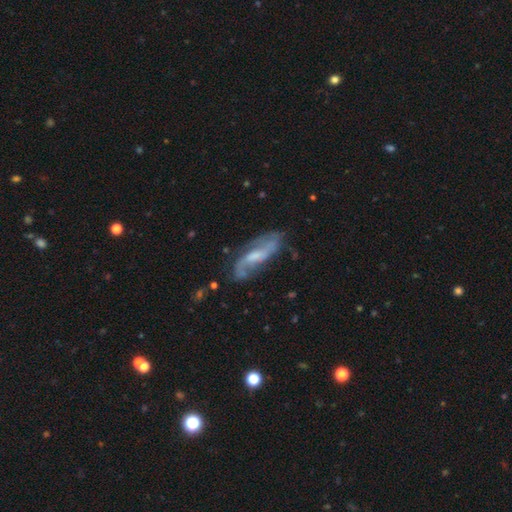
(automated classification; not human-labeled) Smooth or featured?
  - featured or disk: 80% *
  - smooth: 14%
  - star or artifact: 7%
Edge-on disk?
  - no: 89% *
  - yes: 11%
Bar?
  - weak: 48% *
  - no: 34%
  - strong: 17%
Spiral arms?
  - yes: 94% *
  - no: 6%
Spiral winding?
  - medium: 44% *
  - loose: 40%
  - tight: 16%
Spiral arm count?
  - 2: 84% *
  - can't tell: 8%
  - 1: 4%
  - 3: 2%
  - 4: 1%
  - more than 4: 1%
Bulge size?
  - moderate: 39% *
  - small: 33%
  - none: 19%
  - large: 8%
  - dominant: 1%
Merging?
  - none: 70% *
  - minor disturbance: 19%
  - major disturbance: 8%
  - merger: 3%